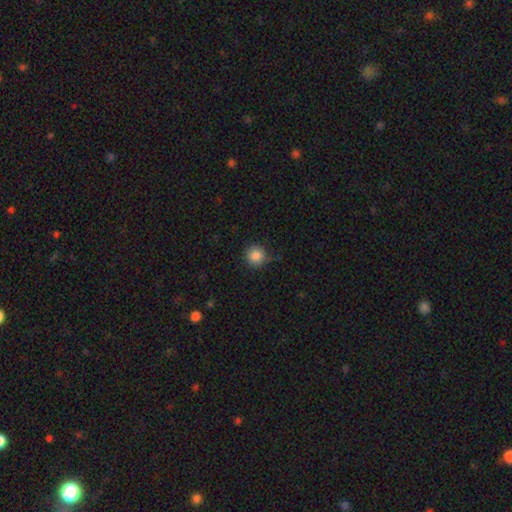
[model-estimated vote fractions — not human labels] Smooth or featured?
  - smooth: 86% *
  - star or artifact: 10%
  - featured or disk: 4%
How rounded?
  - round: 94% *
  - in between: 5%
  - cigar-shaped: 1%
Merging?
  - none: 81% *
  - minor disturbance: 14%
  - major disturbance: 3%
  - merger: 2%